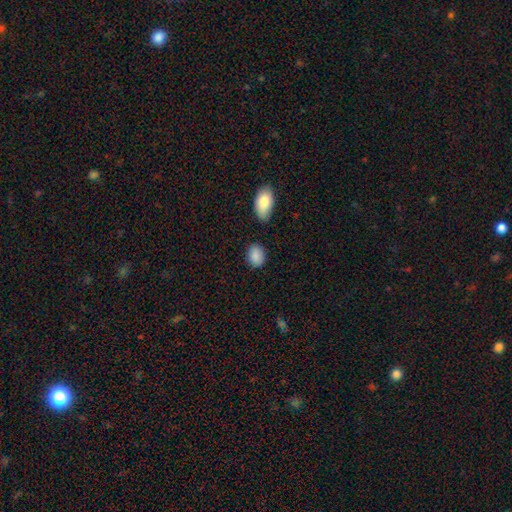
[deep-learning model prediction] smooth 89%, star or artifact 7%, featured or disk 4%. Down the decision tree: how rounded — in between (73%); merging — none (79%).